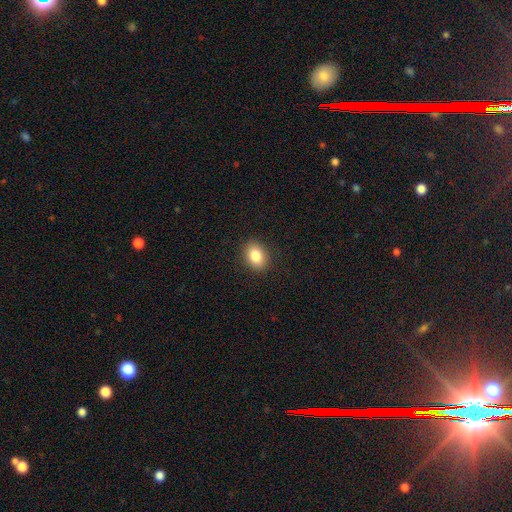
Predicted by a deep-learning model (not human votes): Q: Smooth or featured?
A: smooth (85%); runner-up: star or artifact (9%)
Q: How rounded?
A: in between (67%); runner-up: round (32%)
Q: Merging?
A: none (89%); runner-up: minor disturbance (8%)